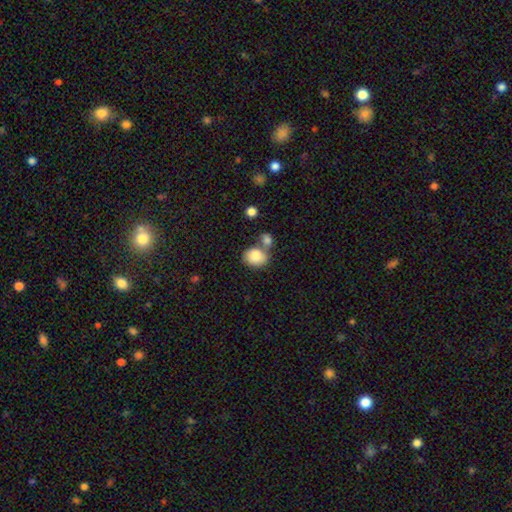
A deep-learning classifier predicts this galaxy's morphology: Smooth or featured? smooth (84%)
How rounded? in between (51%)
Merging? none (47%)